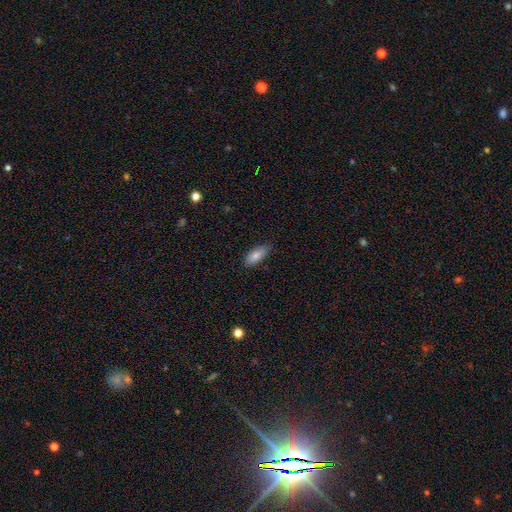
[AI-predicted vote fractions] A smooth galaxy with no disk features (81%) that is in between round and cigar-shaped (80%).

Vote fractions:
- Smooth or featured? smooth: 81% / featured or disk: 12% / star or artifact: 7%
- How rounded? in between: 80% / cigar-shaped: 17% / round: 2%
- Merging? none: 81% / minor disturbance: 15% / major disturbance: 2% / merger: 1%